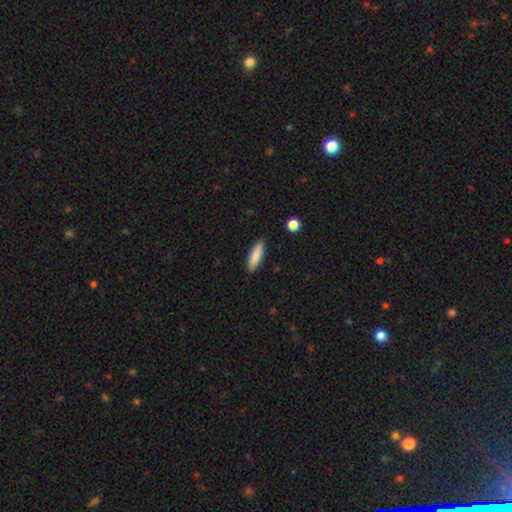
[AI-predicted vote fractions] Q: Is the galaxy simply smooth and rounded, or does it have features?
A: smooth — 86%.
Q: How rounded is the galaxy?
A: cigar-shaped — 65%.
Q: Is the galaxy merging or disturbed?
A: none — 89%.